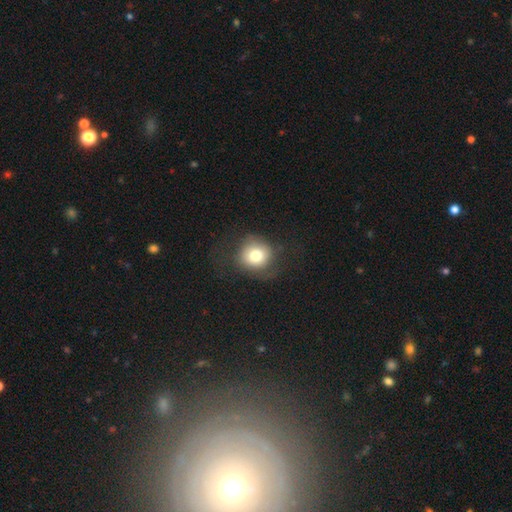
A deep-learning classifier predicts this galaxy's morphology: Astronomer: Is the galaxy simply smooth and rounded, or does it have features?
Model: smooth — 74%.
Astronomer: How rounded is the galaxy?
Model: round — 86%.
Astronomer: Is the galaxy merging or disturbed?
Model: none — 66%.